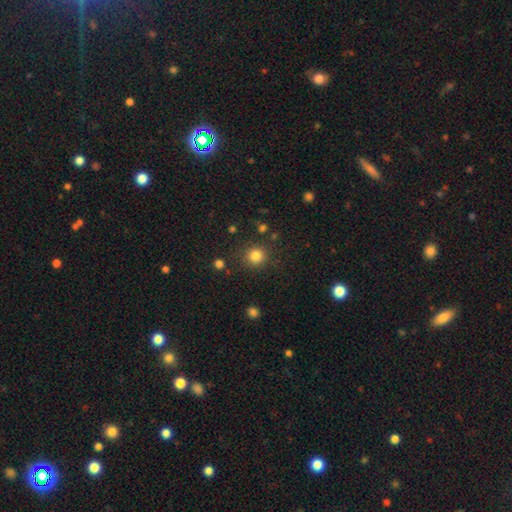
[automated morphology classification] smooth-or-featured: smooth: 83% | star or artifact: 13% | featured or disk: 5%
  how-rounded: round: 91% | in between: 8% | cigar-shaped: 1%
  merging: none: 86% | minor disturbance: 8% | major disturbance: 3% | merger: 3%